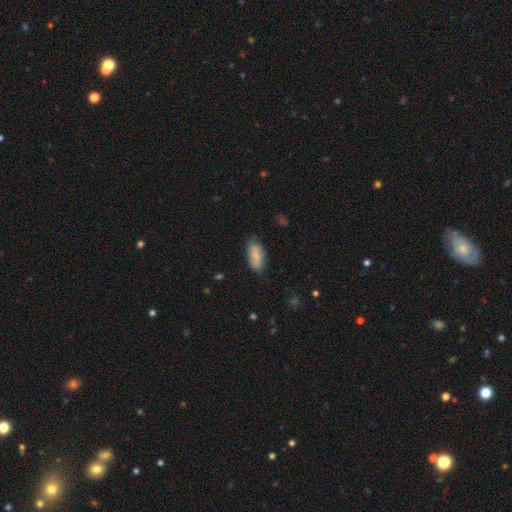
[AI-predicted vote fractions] Smooth or featured? Predicted: smooth (p=0.80). How rounded? Predicted: in between (p=0.86). Merging? Predicted: none (p=0.76).